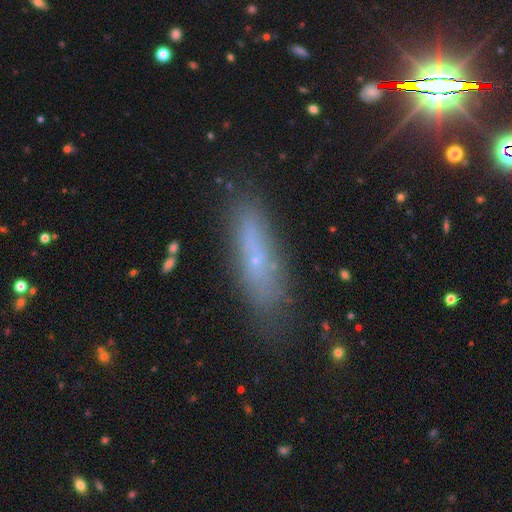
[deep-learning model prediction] smooth-or-featured: smooth: 54% | featured or disk: 32% | star or artifact: 14%
  how-rounded: cigar-shaped: 67% | in between: 30% | round: 3%
  merging: none: 78% | minor disturbance: 15% | major disturbance: 5% | merger: 2%